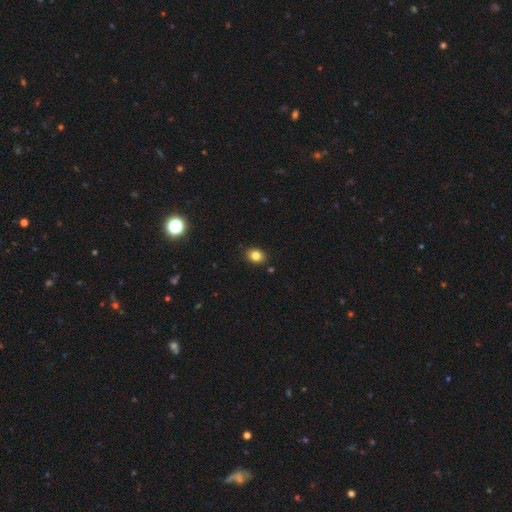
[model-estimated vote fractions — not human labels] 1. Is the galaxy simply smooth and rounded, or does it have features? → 82% smooth, 11% star or artifact, 7% featured or disk.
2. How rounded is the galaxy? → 60% in between, 39% round, 1% cigar-shaped.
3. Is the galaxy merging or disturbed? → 87% none, 9% minor disturbance, 2% major disturbance, 2% merger.